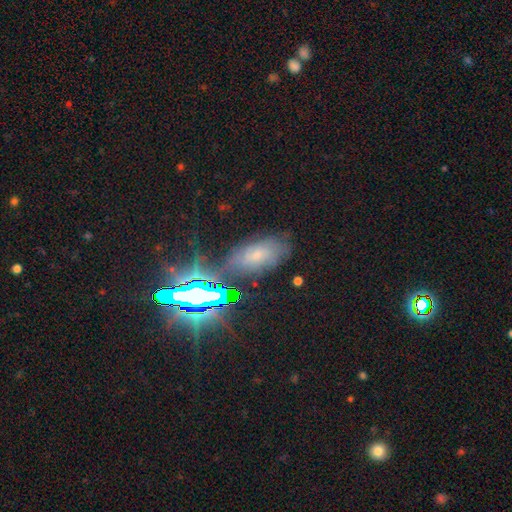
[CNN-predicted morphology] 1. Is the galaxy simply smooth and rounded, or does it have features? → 43% star or artifact, 32% smooth, 25% featured or disk.